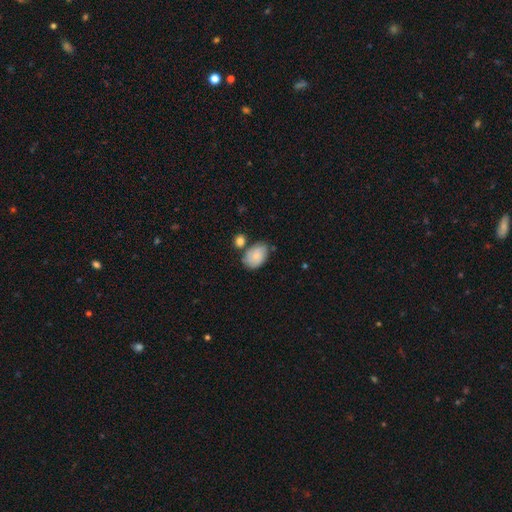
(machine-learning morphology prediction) This is likely a smooth galaxy (78%). How rounded: clearly in between (84%). Merging: possibly none (58%).